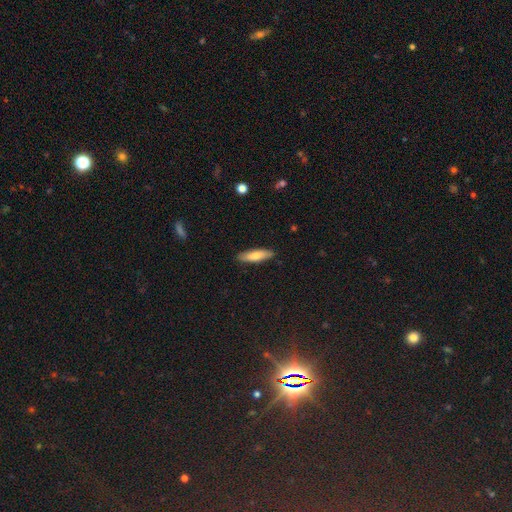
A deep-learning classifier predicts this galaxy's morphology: Smooth or featured? Predicted: smooth (p=0.77). How rounded? Predicted: cigar-shaped (p=0.62). Merging? Predicted: none (p=0.87).